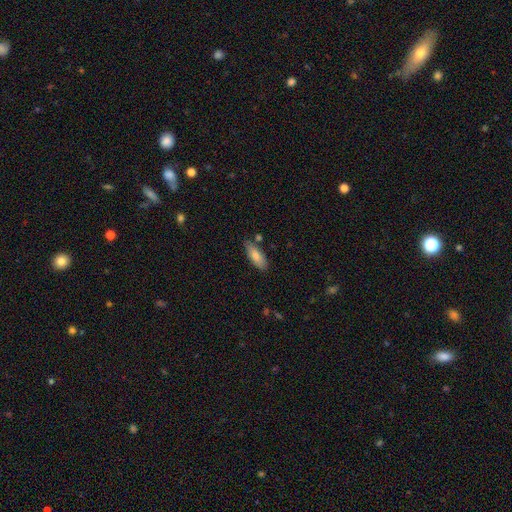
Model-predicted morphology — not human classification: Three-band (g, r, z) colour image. It shows a smooth galaxy with no disk features (74%) that is in between round and cigar-shaped (69%). Merging: none (80%).